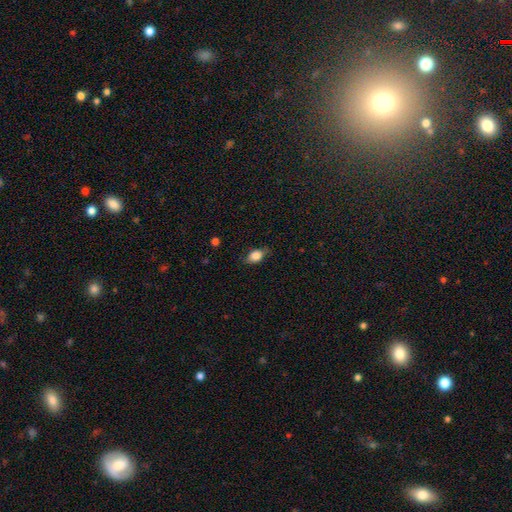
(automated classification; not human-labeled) A smooth galaxy with no disk features (83%) that is in between round and cigar-shaped (83%). Merging: none (73%).